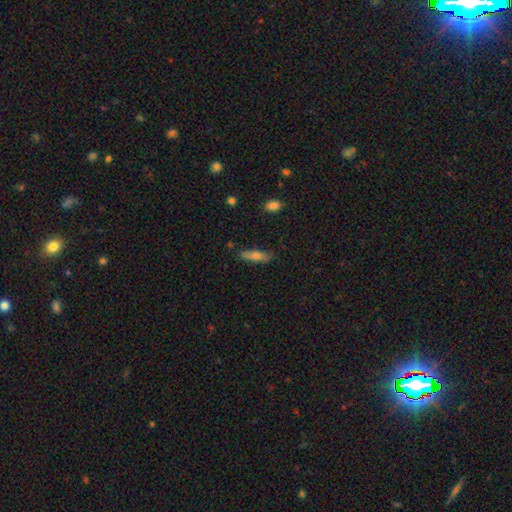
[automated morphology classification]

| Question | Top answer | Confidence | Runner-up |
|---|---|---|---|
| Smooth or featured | smooth | 62% | featured or disk (29%) |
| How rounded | cigar-shaped | 66% | in between (31%) |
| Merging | none | 79% | minor disturbance (16%) |